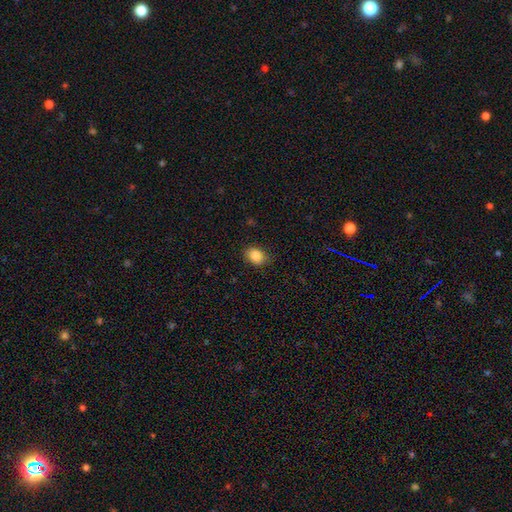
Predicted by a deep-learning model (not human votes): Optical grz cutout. It shows a smooth galaxy with no disk features (87%) that is in between round and cigar-shaped (71%). Merging: none (84%).